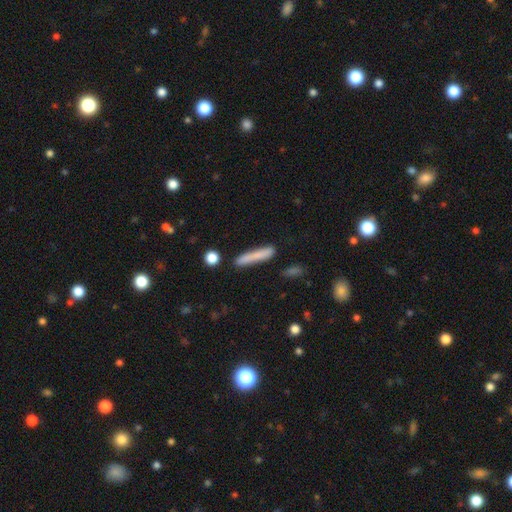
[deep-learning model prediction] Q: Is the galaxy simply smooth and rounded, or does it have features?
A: smooth — 78%.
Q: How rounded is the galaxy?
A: cigar-shaped — 93%.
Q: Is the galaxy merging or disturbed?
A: none — 84%.